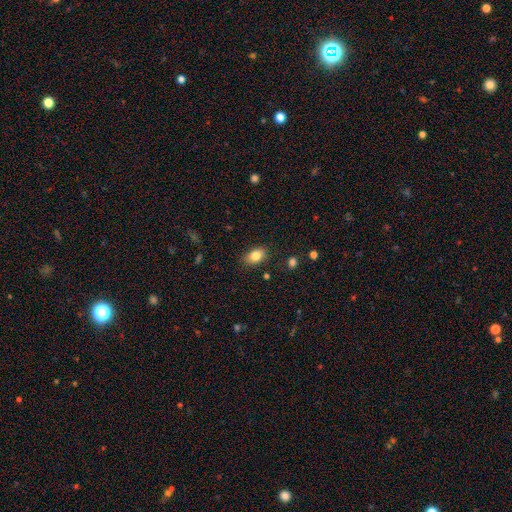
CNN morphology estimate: The model was most divided on "merging": none: 85%, minor disturbance: 11%, major disturbance: 3%, merger: 1%. More confident: how rounded — in between (86%); smooth or featured — smooth (83%).